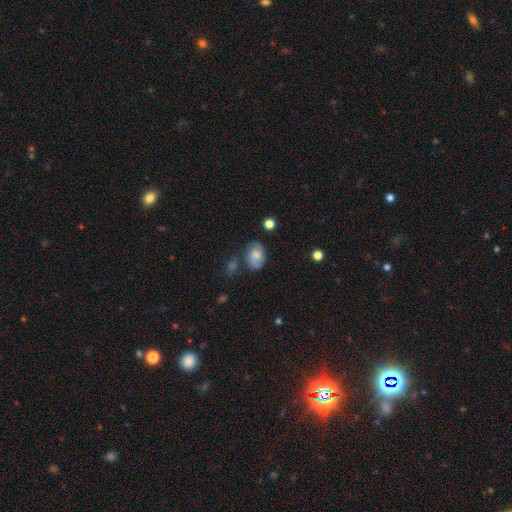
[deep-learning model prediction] Overall: smooth (62%; featured or disk 28%). How rounded: in between (76%). Merging: none (60%; minor disturbance 24%).